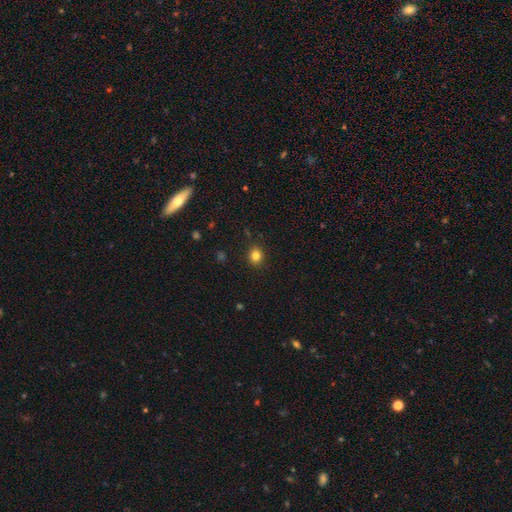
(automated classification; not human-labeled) Smooth or featured?
  - smooth: 83% *
  - star or artifact: 12%
  - featured or disk: 5%
How rounded?
  - round: 77% *
  - in between: 22%
  - cigar-shaped: 1%
Merging?
  - none: 89% *
  - minor disturbance: 8%
  - major disturbance: 2%
  - merger: 1%